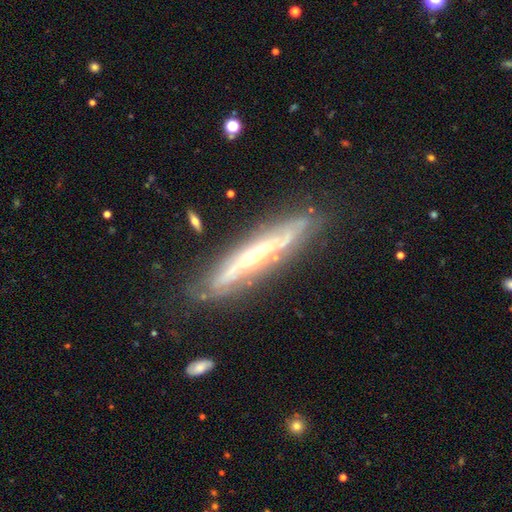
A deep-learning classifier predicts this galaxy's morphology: Q: Smooth or featured?
A: featured or disk (81%); runner-up: smooth (13%)
Q: Edge-on disk?
A: yes (70%); runner-up: no (30%)
Q: Edge-on bulge?
A: rounded (57%); runner-up: none (34%)
Q: Merging?
A: none (76%); runner-up: minor disturbance (17%)